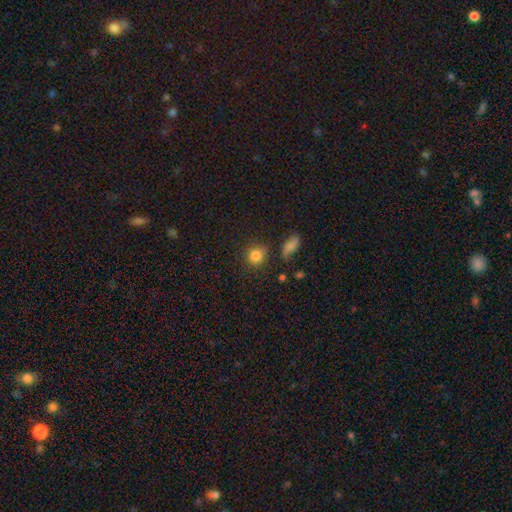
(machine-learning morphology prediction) Smooth or featured?
  - smooth: 82% *
  - star or artifact: 11%
  - featured or disk: 6%
How rounded?
  - round: 85% *
  - in between: 14%
  - cigar-shaped: 1%
Merging?
  - none: 76% *
  - minor disturbance: 14%
  - merger: 5%
  - major disturbance: 5%